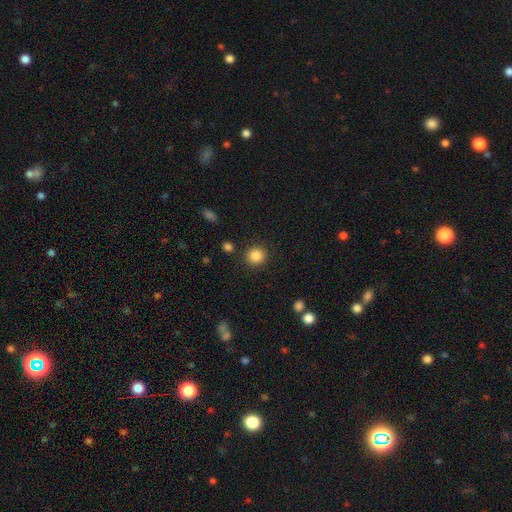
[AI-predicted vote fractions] Smooth or featured?
  - smooth: 86% *
  - star or artifact: 10%
  - featured or disk: 4%
How rounded?
  - round: 91% *
  - in between: 8%
  - cigar-shaped: 1%
Merging?
  - none: 89% *
  - minor disturbance: 6%
  - major disturbance: 2%
  - merger: 2%